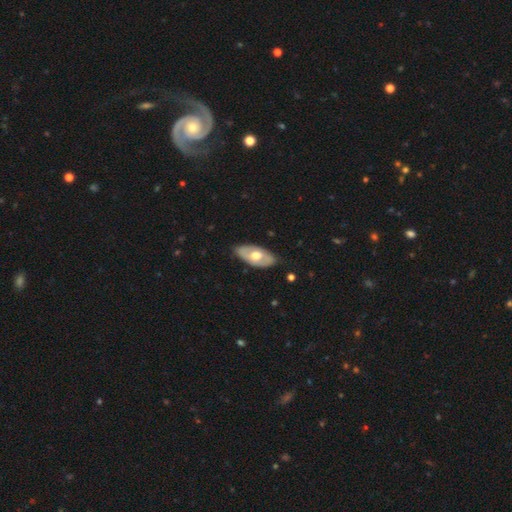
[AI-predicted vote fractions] featured or disk 49%, smooth 46%, star or artifact 5%. Down the decision tree: merging — none (80%).